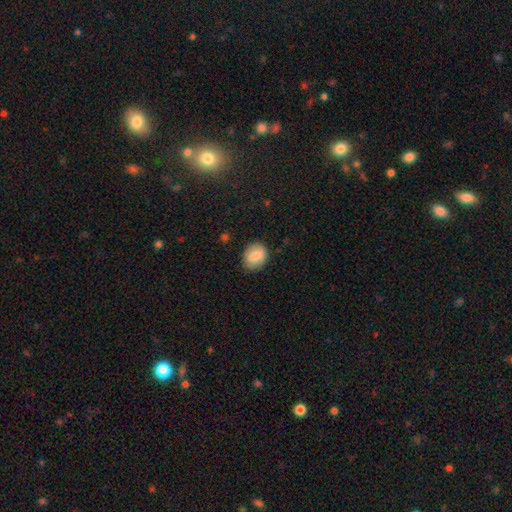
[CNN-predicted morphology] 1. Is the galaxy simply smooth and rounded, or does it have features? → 83% smooth, 9% featured or disk, 8% star or artifact.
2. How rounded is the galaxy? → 58% round, 41% in between, 1% cigar-shaped.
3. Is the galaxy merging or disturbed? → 81% none, 15% minor disturbance, 3% major disturbance, 1% merger.